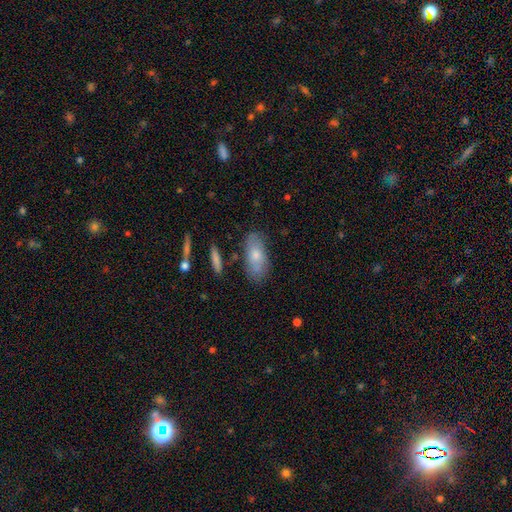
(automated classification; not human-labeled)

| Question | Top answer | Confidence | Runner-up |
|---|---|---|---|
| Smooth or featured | smooth | 70% | featured or disk (24%) |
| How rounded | in between | 87% | cigar-shaped (9%) |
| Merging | none | 75% | minor disturbance (17%) |